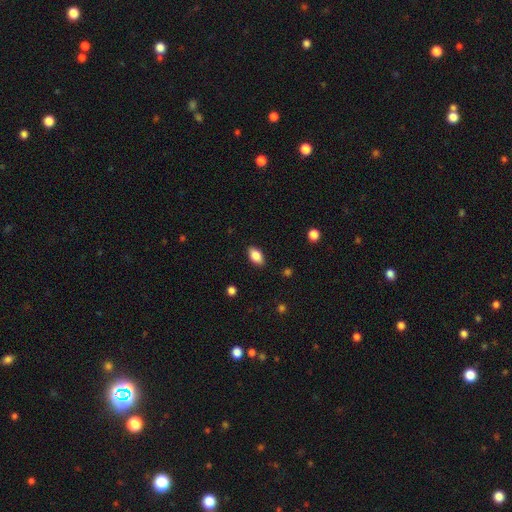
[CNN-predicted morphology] Smooth or featured? smooth (84%)
How rounded? in between (91%)
Merging? none (87%)